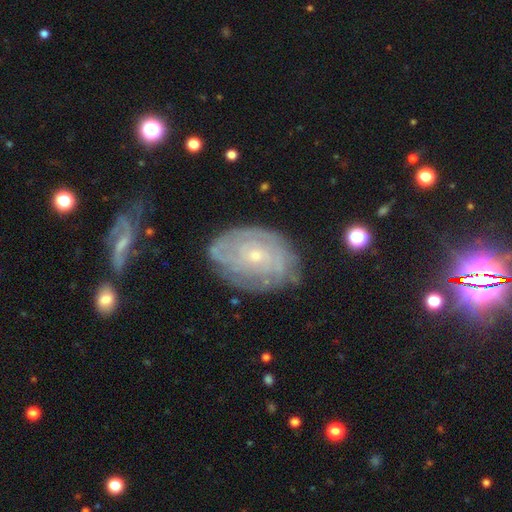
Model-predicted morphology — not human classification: smooth_or_featured: featured or disk (p=0.77) [alt: smooth p=0.16]
disk_edge_on: no (p=0.96) [alt: yes p=0.04]
bar: no (p=0.77) [alt: weak p=0.19]
has_spiral_arms: yes (p=0.86) [alt: no p=0.14]
spiral_winding: tight (p=0.74) [alt: medium p=0.19]
spiral_arm_count: can't tell (p=0.54) [alt: 2 p=0.15]
bulge_size: small (p=0.77) [alt: moderate p=0.19]
merging: none (p=0.73) [alt: minor disturbance p=0.19]